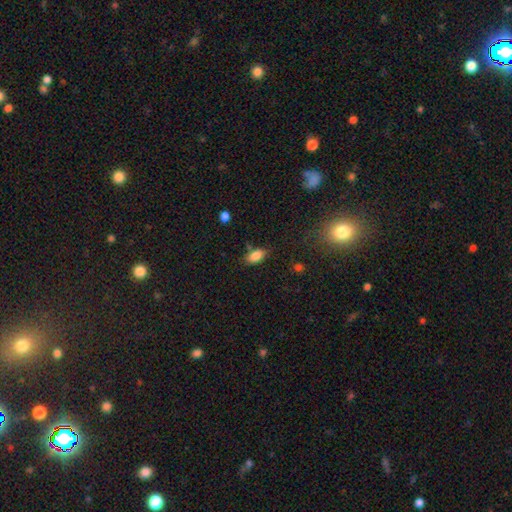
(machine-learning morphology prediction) smooth 84%, star or artifact 9%, featured or disk 8%. Down the decision tree: how rounded — in between (91%); merging — none (73%).